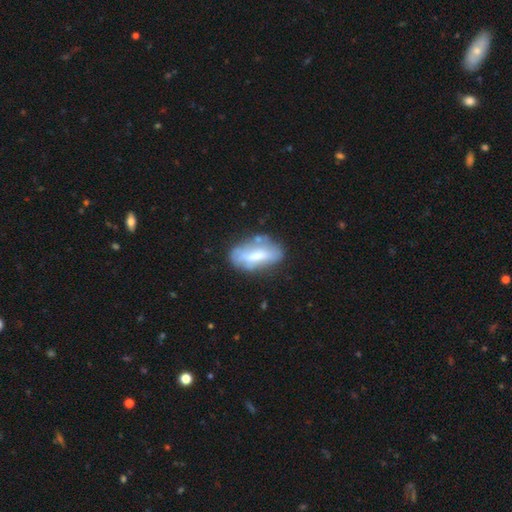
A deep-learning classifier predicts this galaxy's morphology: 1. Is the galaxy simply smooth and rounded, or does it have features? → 50% smooth, 42% featured or disk, 8% star or artifact.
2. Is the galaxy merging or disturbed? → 54% none, 25% minor disturbance, 13% major disturbance, 9% merger.